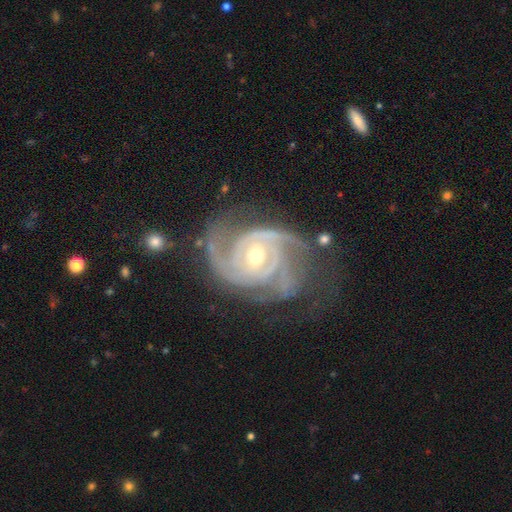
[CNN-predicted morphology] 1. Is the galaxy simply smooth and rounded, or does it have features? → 93% featured or disk, 4% star or artifact, 3% smooth.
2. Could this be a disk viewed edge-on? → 98% no, 2% yes.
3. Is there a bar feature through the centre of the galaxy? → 56% no, 32% weak, 12% strong.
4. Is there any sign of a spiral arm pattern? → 98% yes, 2% no.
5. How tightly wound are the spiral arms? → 64% tight, 31% medium, 5% loose.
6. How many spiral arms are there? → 40% 3, 29% 2, 11% can't tell, 10% 4, 5% more than 4, 5% 1.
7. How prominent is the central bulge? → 60% moderate, 36% small, 3% large, 1% none, 1% dominant.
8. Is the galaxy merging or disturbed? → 60% none, 23% minor disturbance, 15% major disturbance, 2% merger.